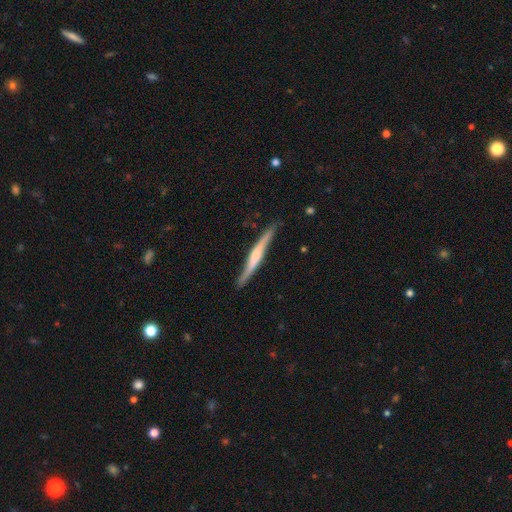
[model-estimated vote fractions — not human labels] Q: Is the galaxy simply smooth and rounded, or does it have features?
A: featured or disk — 66%.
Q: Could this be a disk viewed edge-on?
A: yes — 93%.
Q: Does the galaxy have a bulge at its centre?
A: rounded — 47%.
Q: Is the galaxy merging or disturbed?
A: none — 81%.